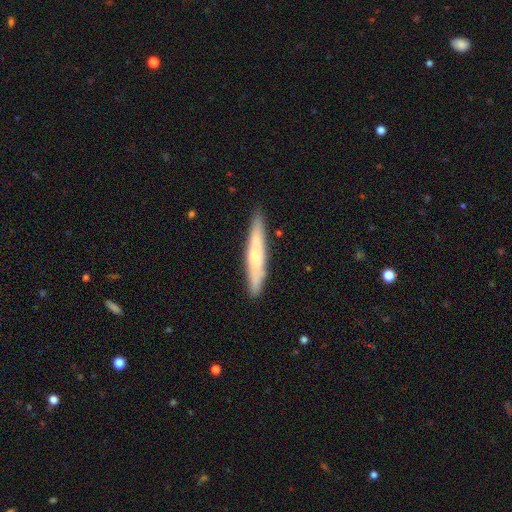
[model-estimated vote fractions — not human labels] Morphology: type=smooth (53%); roundness=cigar-shaped (93%); merging=none (88%).